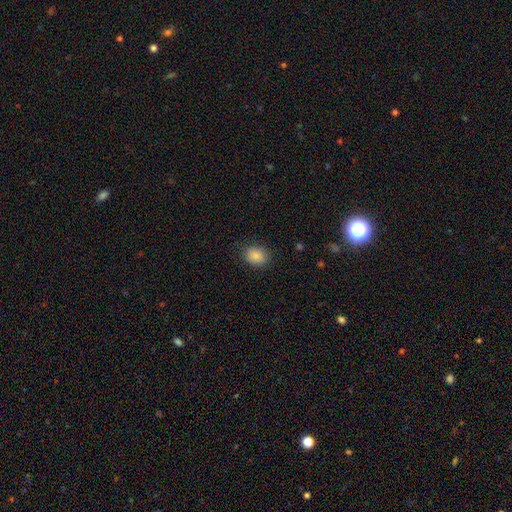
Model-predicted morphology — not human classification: Q: Smooth or featured?
A: smooth (88%); runner-up: star or artifact (8%)
Q: How rounded?
A: in between (51%); runner-up: round (48%)
Q: Merging?
A: none (86%); runner-up: minor disturbance (10%)